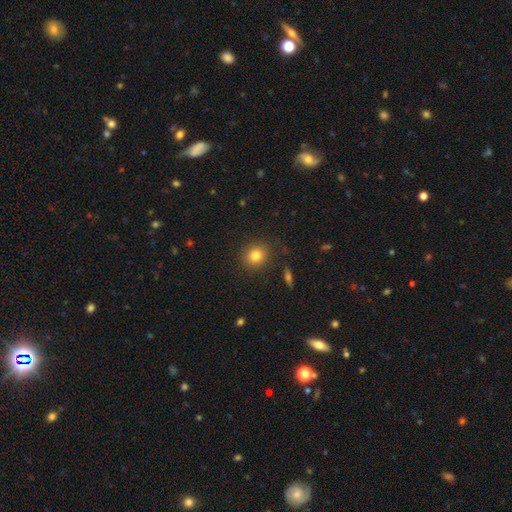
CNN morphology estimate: Overall: smooth (82%). How rounded: round (84%). Merging: none (86%).